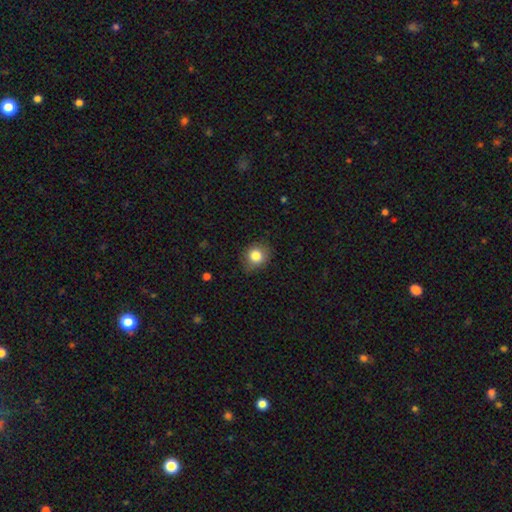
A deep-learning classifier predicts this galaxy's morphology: This appears to be a smooth galaxy with no disk features (83%) that is round (75%). Merging: none (79%).